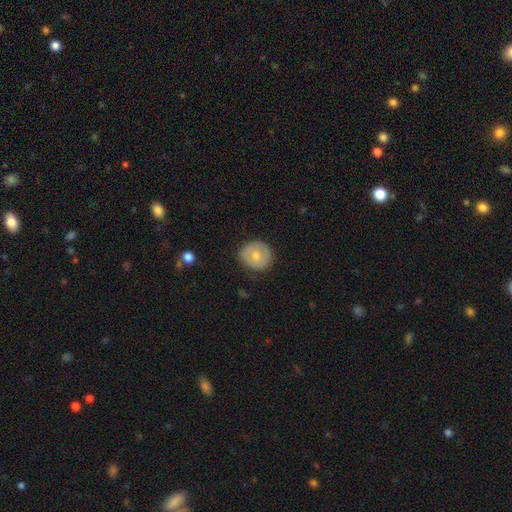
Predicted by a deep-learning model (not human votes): Morphology: type=smooth (62%); roundness=round (85%); merging=none (83%).